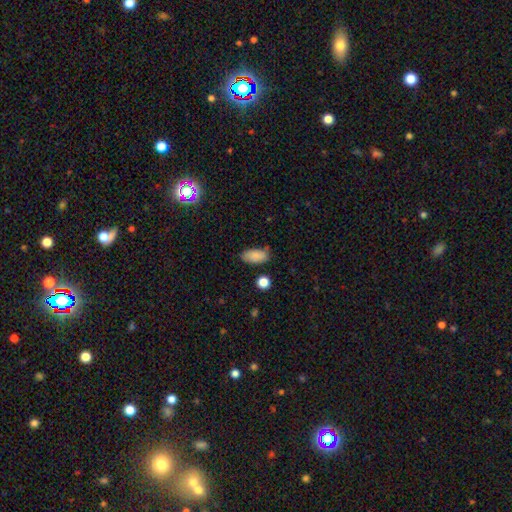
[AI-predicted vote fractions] Morphology: type=smooth (85%); roundness=in between (90%); merging=none (73%).